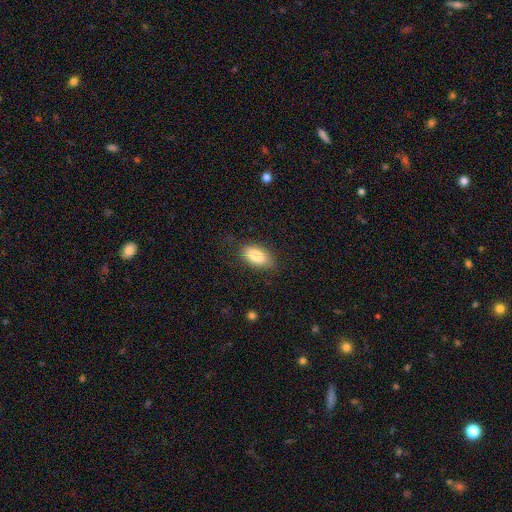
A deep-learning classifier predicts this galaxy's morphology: This is clearly a smooth galaxy (84%). How rounded: clearly in between (91%). Merging: clearly none (81%).